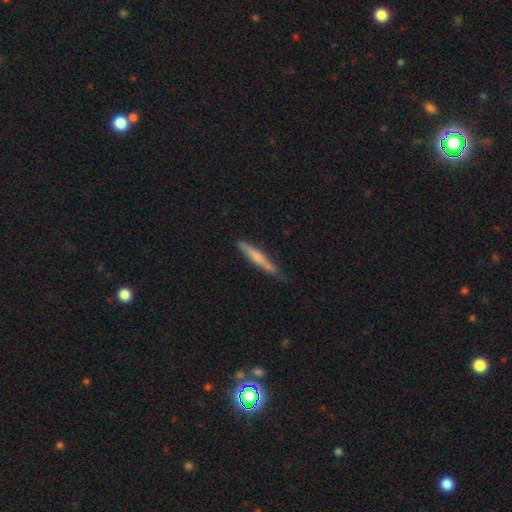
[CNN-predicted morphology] A smooth galaxy with no disk features (63%) that is cigar-shaped (93%). Merging: none (70%).